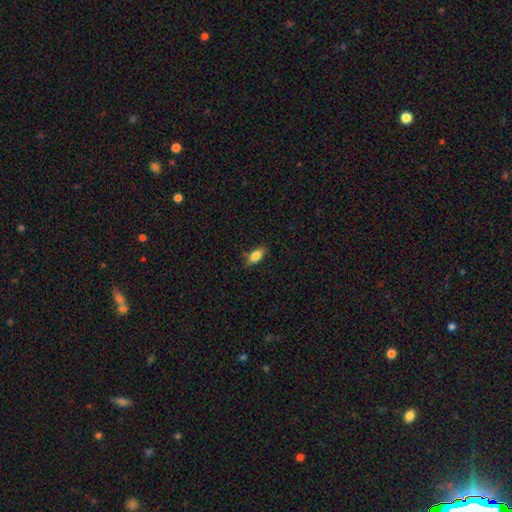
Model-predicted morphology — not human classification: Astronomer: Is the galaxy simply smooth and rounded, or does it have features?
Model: smooth — 82%.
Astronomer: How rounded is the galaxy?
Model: in between — 85%.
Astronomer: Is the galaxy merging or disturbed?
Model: none — 77%.